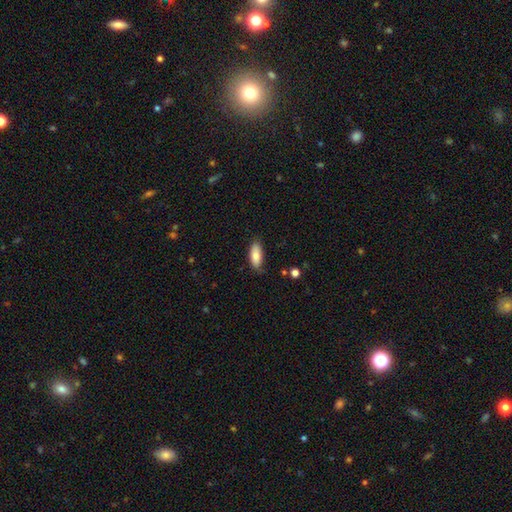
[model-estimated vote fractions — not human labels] Smooth or featured?
  - smooth: 83% *
  - featured or disk: 11%
  - star or artifact: 7%
How rounded?
  - in between: 83% *
  - cigar-shaped: 15%
  - round: 2%
Merging?
  - none: 78% *
  - minor disturbance: 17%
  - major disturbance: 3%
  - merger: 1%